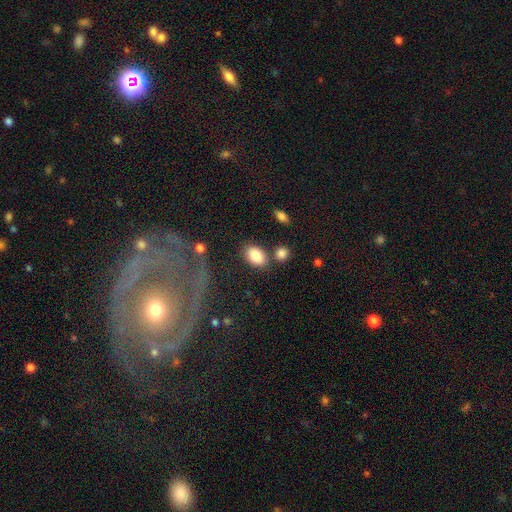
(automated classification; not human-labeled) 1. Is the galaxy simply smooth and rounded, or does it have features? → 86% smooth, 7% star or artifact, 7% featured or disk.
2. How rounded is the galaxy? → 87% in between, 11% round, 1% cigar-shaped.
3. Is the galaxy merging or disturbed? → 71% none, 13% minor disturbance, 11% merger, 4% major disturbance.